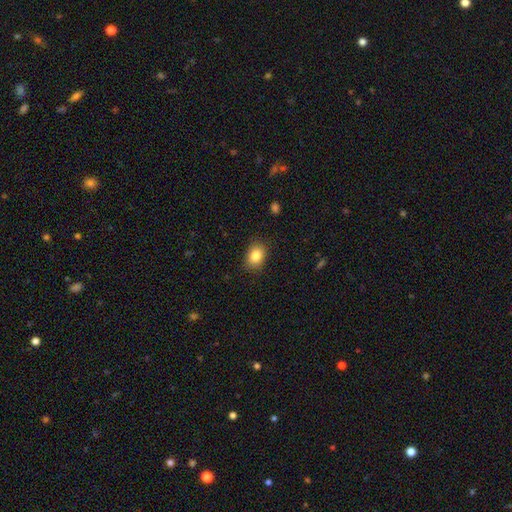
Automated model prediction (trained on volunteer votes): smooth_or_featured: smooth (p=0.85) [alt: star or artifact p=0.09]
how_rounded: in between (p=0.71) [alt: round p=0.28]
merging: none (p=0.85) [alt: minor disturbance p=0.11]